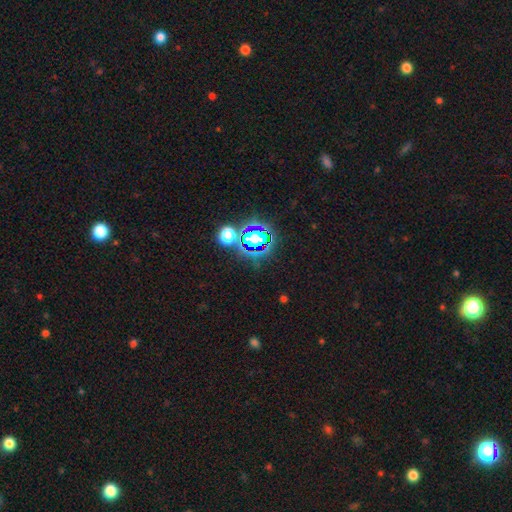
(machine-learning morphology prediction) Smooth or featured: star or artifact — 77% (smooth — 15%)